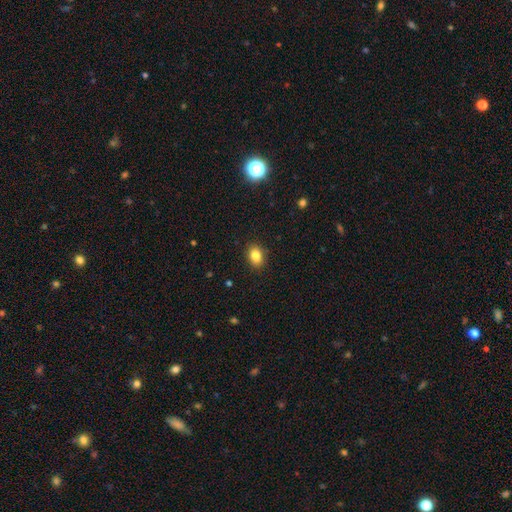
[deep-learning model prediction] Overall: smooth (84%). How rounded: in between (72%). Merging: none (89%).